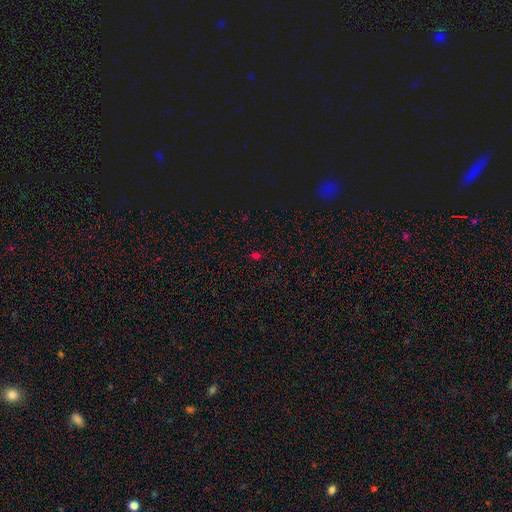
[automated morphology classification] Overall: smooth (52%; star or artifact 42%). How rounded: round (61%; in between 37%). Merging: none (83%).